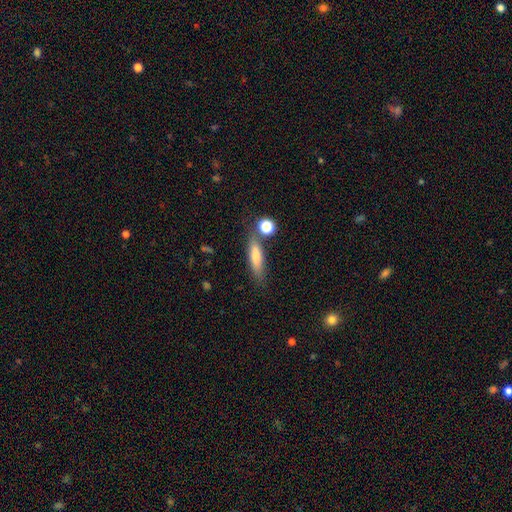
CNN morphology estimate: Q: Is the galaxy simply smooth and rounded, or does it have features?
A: smooth — 76%.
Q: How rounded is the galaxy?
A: cigar-shaped — 64%.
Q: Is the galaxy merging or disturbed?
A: none — 67%.